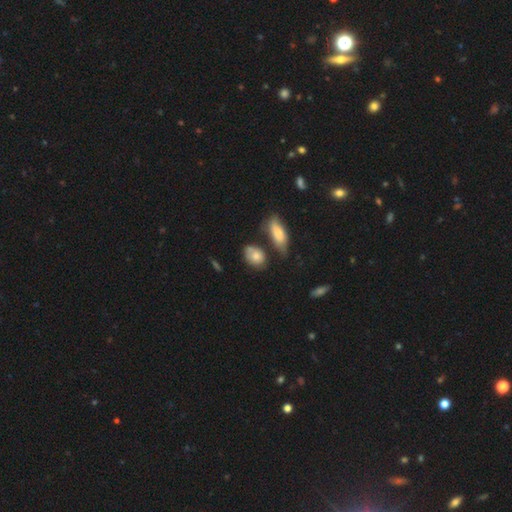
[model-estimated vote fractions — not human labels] The model was most divided on "merging": none: 49%, minor disturbance: 26%, merger: 16%, major disturbance: 9%. More confident: smooth or featured — smooth (73%); how rounded — in between (71%).